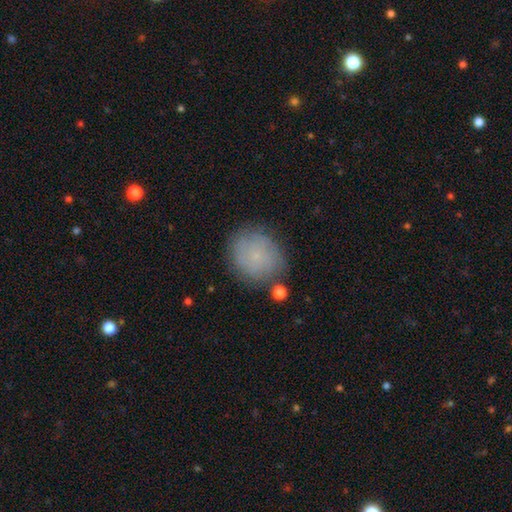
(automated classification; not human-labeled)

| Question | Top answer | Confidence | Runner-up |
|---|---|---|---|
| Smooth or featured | smooth | 66% | featured or disk (23%) |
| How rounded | round | 78% | in between (21%) |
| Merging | none | 76% | minor disturbance (15%) |